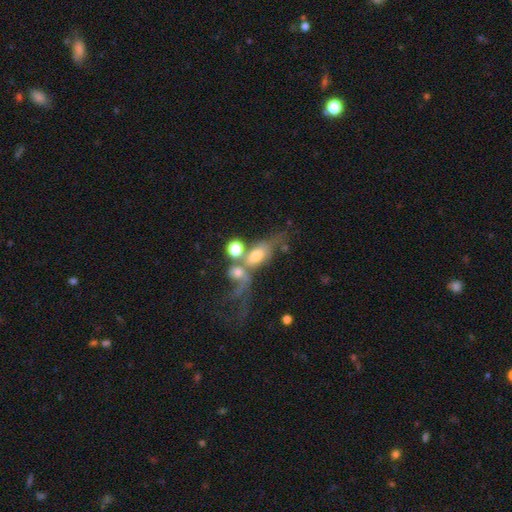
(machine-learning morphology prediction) Smooth or featured: smooth — 46% (featured or disk — 40%)
Merging: merger — 50% (major disturbance — 24%)